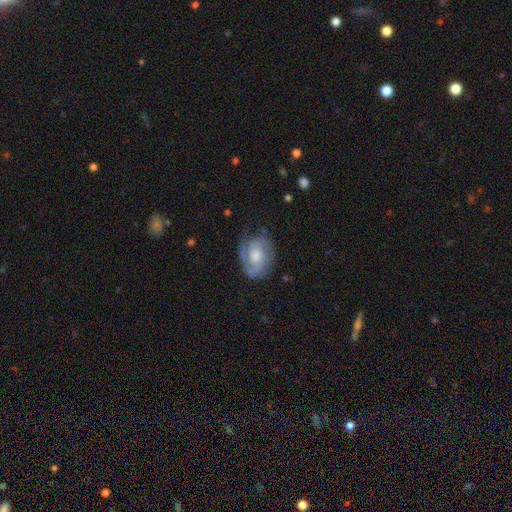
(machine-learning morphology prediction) Smooth or featured: featured or disk — 72% (smooth — 22%)
Edge-on disk: no — 97% (yes — 3%)
Bar: no — 65% (weak — 30%)
Spiral arms: yes — 92% (no — 8%)
Spiral winding: tight — 44% (medium — 41%)
Spiral arm count: 2 — 58% (can't tell — 18%)
Bulge size: moderate — 52% (small — 25%)
Merging: none — 65% (minor disturbance — 23%)